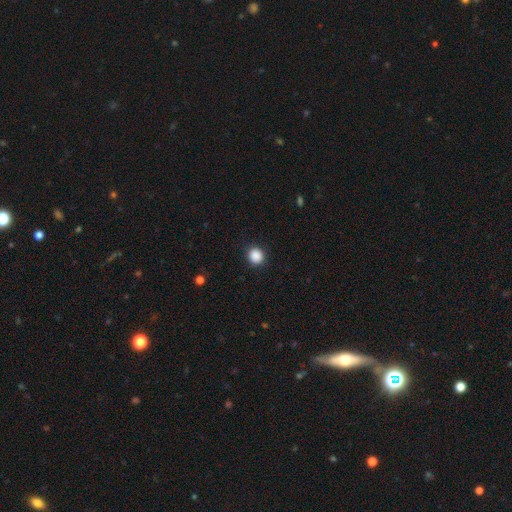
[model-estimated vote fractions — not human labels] This appears to be a smooth galaxy with no disk features (88%) that is round (89%). Merging: none (90%).